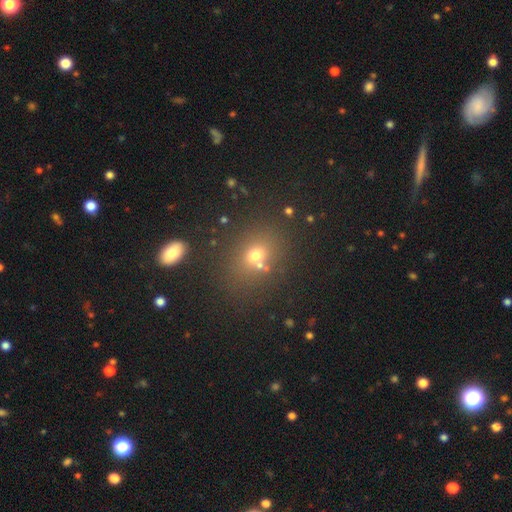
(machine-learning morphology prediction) This appears to be a smooth galaxy with no disk features (66%) that is round (55%). Merging: none (67%).